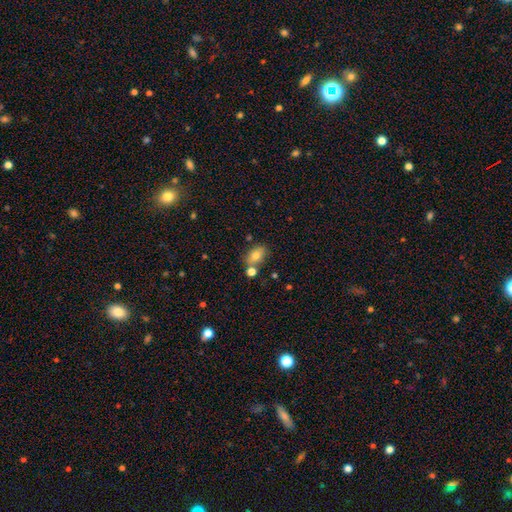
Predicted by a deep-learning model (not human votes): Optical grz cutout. It shows a smooth galaxy with no disk features (77%) that is in between round and cigar-shaped (79%). Merging: none (66%).